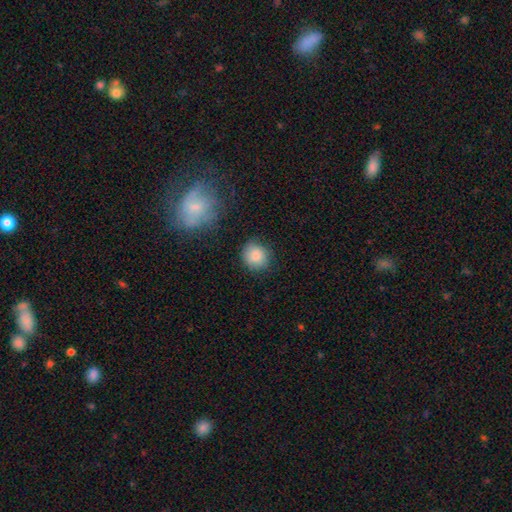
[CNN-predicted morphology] A smooth galaxy with no disk features (86%) that is round (84%).

Vote fractions:
- Smooth or featured? smooth: 86% / star or artifact: 8% / featured or disk: 5%
- How rounded? round: 84% / in between: 15% / cigar-shaped: 1%
- Merging? none: 81% / minor disturbance: 13% / major disturbance: 3% / merger: 2%